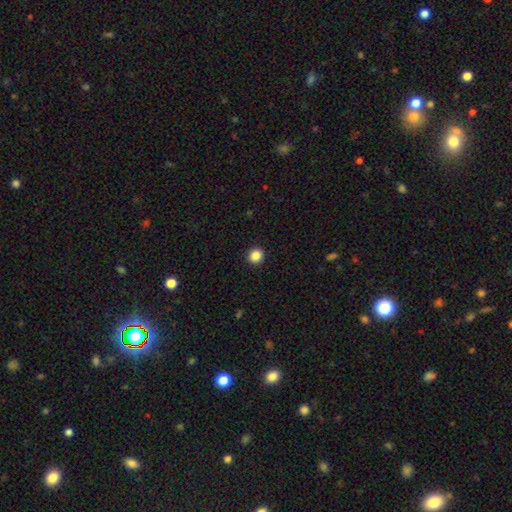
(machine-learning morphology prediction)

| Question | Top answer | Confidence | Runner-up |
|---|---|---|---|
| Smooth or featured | smooth | 87% | star or artifact (10%) |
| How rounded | round | 88% | in between (11%) |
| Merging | none | 93% | minor disturbance (4%) |